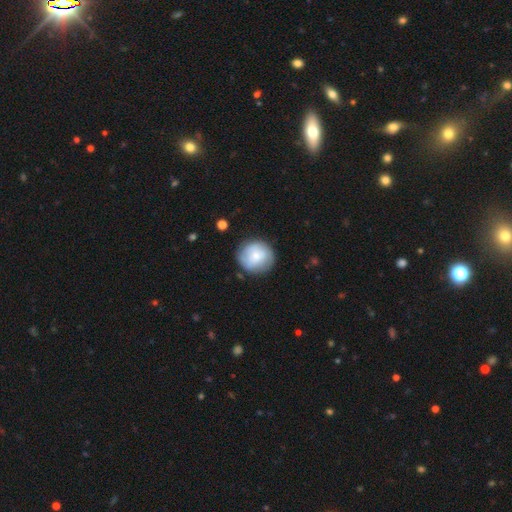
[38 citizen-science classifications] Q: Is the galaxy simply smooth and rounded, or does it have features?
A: smooth — 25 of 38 (66%).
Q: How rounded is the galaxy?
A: round — 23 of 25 (92%).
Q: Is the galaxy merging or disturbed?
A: none — 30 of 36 (83%).